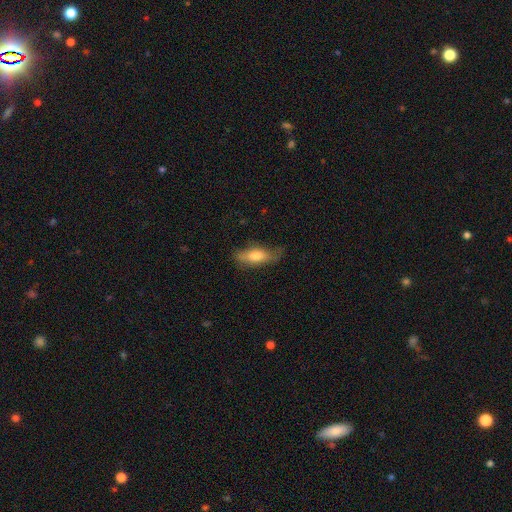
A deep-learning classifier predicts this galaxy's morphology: This appears to be a smooth galaxy with no disk features (70%) that is in between round and cigar-shaped (61%). Merging: none (64%).